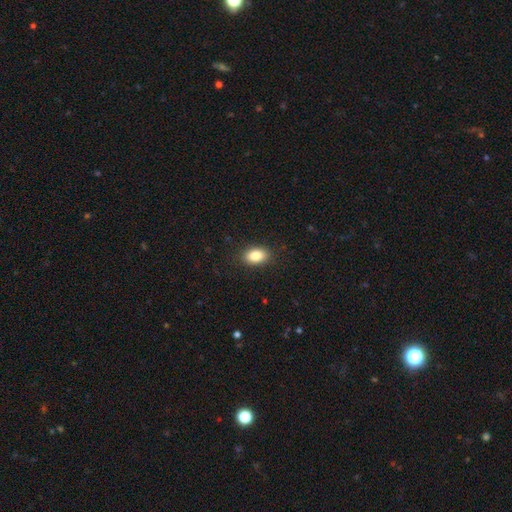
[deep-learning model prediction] Smooth or featured? smooth (87%)
How rounded? in between (88%)
Merging? none (88%)